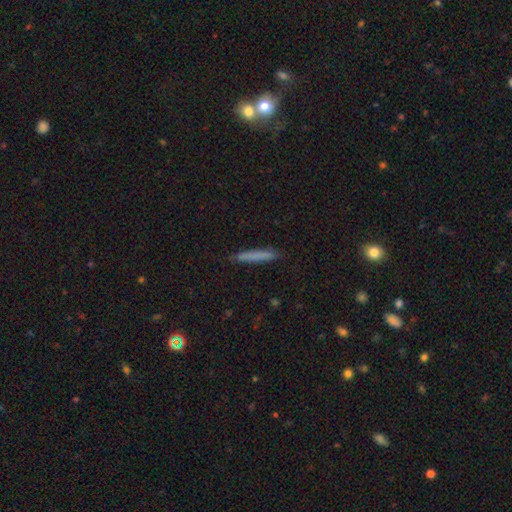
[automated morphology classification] smooth 76%, featured or disk 16%, star or artifact 7%. Down the decision tree: how rounded — cigar-shaped (95%); merging — none (88%).